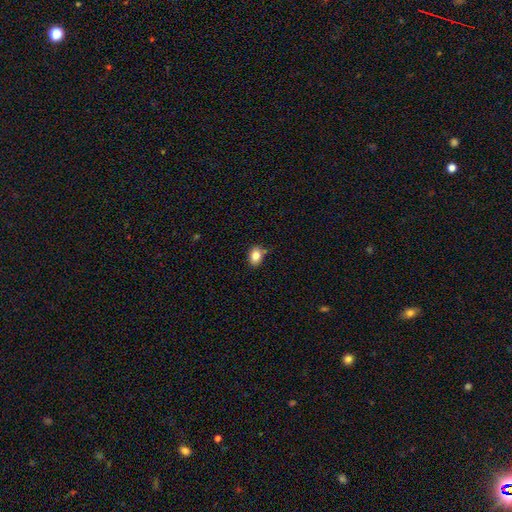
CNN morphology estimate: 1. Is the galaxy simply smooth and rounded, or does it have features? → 83% smooth, 9% star or artifact, 7% featured or disk.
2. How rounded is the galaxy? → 72% in between, 27% round, 1% cigar-shaped.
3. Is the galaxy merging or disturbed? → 76% none, 15% minor disturbance, 6% merger, 3% major disturbance.